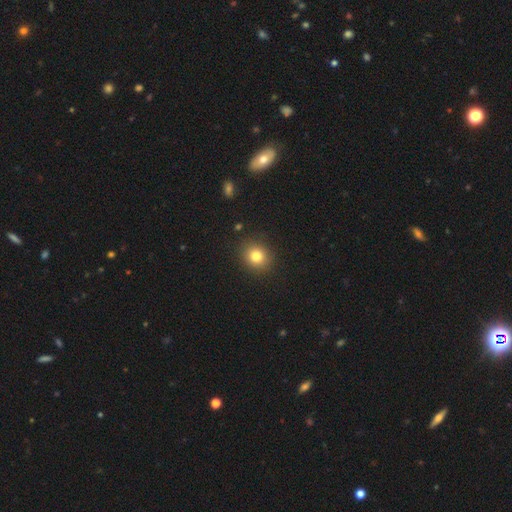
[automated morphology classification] Smooth or featured? smooth (81%)
How rounded? round (79%)
Merging? none (89%)